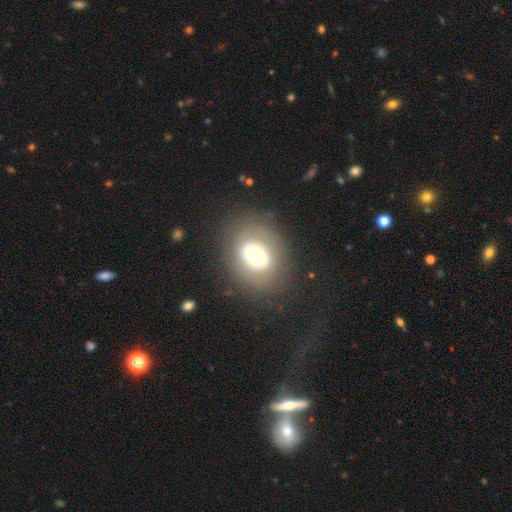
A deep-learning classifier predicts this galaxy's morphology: smooth_or_featured: featured or disk (p=0.48) [alt: smooth p=0.44]
merging: none (p=0.78) [alt: minor disturbance p=0.12]